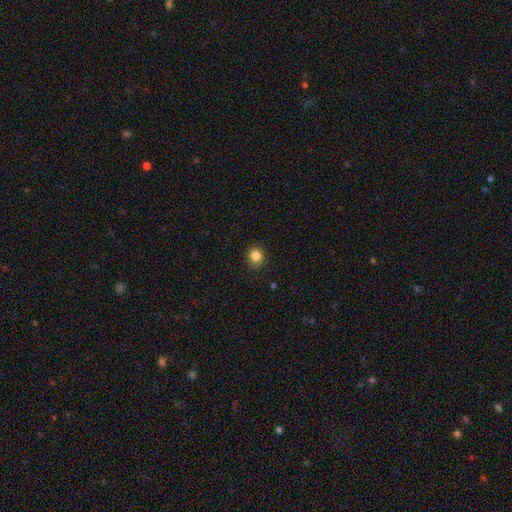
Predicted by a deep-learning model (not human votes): Smooth or featured?
  - smooth: 85% *
  - star or artifact: 11%
  - featured or disk: 5%
How rounded?
  - round: 74% *
  - in between: 25%
  - cigar-shaped: 1%
Merging?
  - none: 89% *
  - minor disturbance: 8%
  - major disturbance: 2%
  - merger: 1%